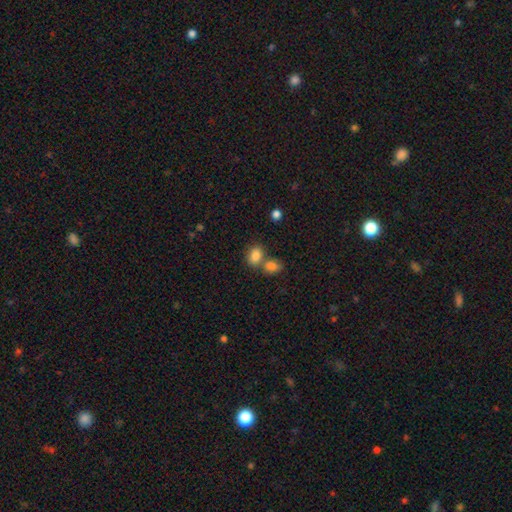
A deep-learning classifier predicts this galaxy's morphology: smooth-or-featured: smooth: 84% | star or artifact: 9% | featured or disk: 7%
  how-rounded: in between: 78% | round: 21% | cigar-shaped: 1%
  merging: none: 44% | merger: 42% | minor disturbance: 10% | major disturbance: 4%